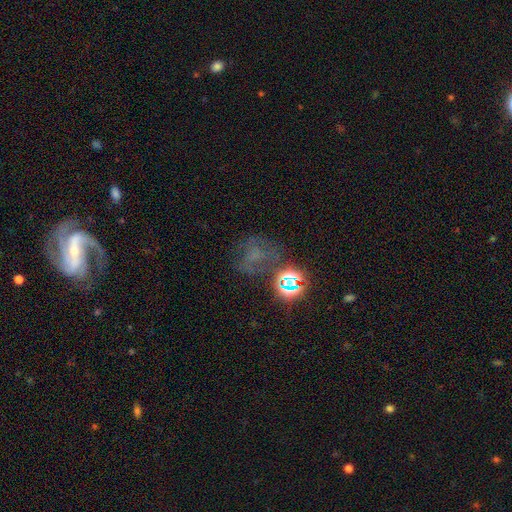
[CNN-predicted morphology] Smooth or featured?
  - star or artifact: 36% *
  - featured or disk: 35%
  - smooth: 29%